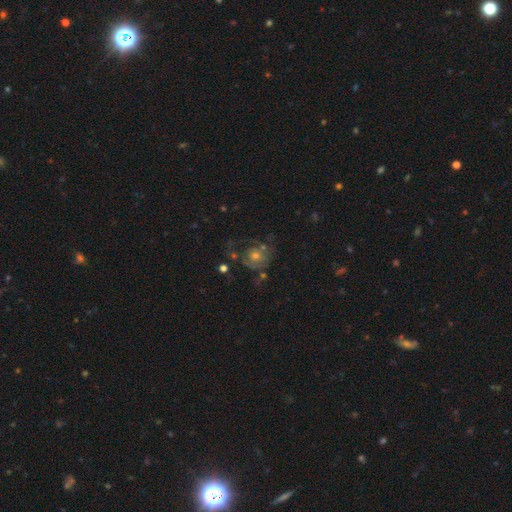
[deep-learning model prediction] Q: Smooth or featured?
A: featured or disk (56%); runner-up: smooth (26%)
Q: Edge-on disk?
A: no (97%); runner-up: yes (3%)
Q: Bar?
A: no (86%); runner-up: weak (11%)
Q: Spiral arms?
A: yes (59%); runner-up: no (41%)
Q: Bulge size?
A: moderate (54%); runner-up: small (38%)
Q: Merging?
A: none (50%); runner-up: major disturbance (24%)